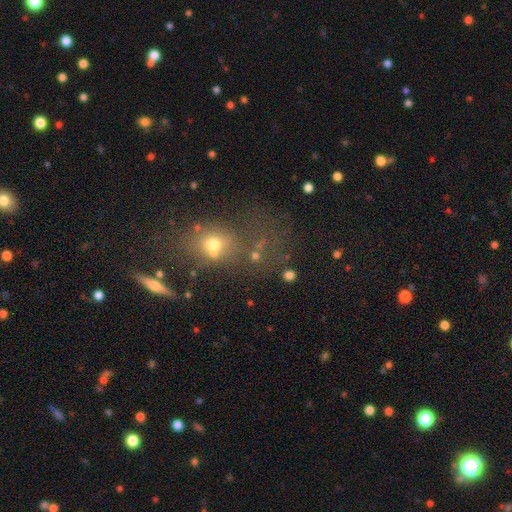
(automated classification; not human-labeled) This is possibly a smooth galaxy (50%). Merging: marginally none (44%).